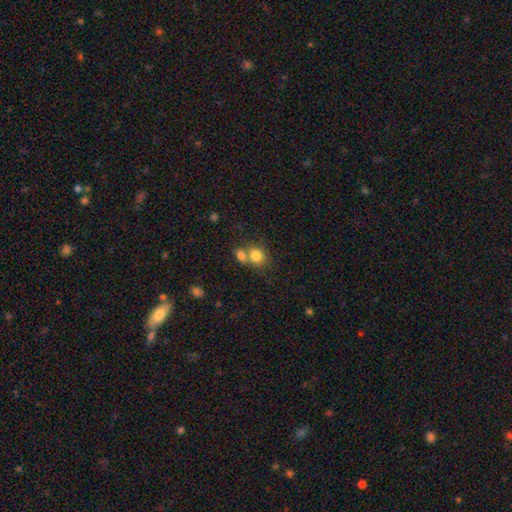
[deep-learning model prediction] Smooth or featured? smooth (80%)
How rounded? round (63%)
Merging? merger (47%)